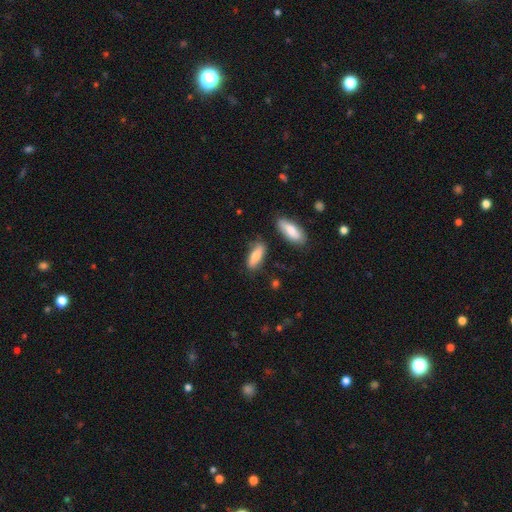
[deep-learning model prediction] This appears to be a smooth galaxy with no disk features (74%) that is in between round and cigar-shaped (59%). Merging: none (73%).